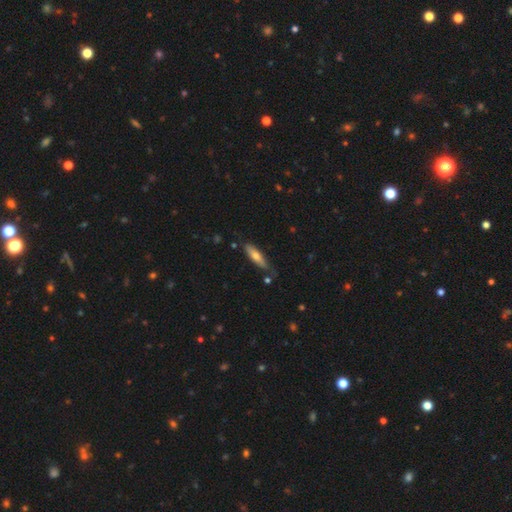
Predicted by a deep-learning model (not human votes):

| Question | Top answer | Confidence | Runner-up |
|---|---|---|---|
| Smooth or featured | smooth | 65% | featured or disk (29%) |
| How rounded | cigar-shaped | 67% | in between (31%) |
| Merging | none | 72% | minor disturbance (21%) |